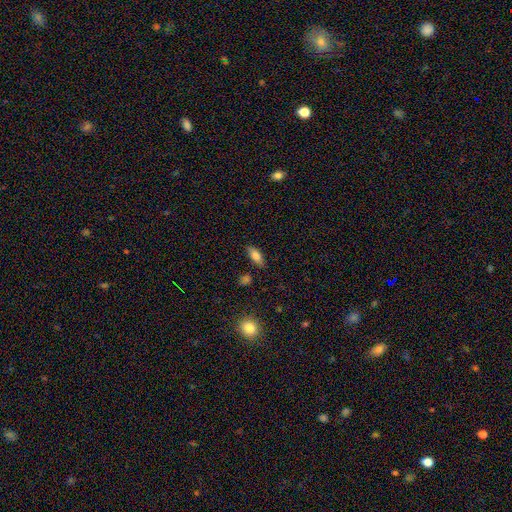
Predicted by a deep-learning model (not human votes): This is likely a smooth galaxy (79%). How rounded: likely in between (77%). Merging: clearly none (81%).